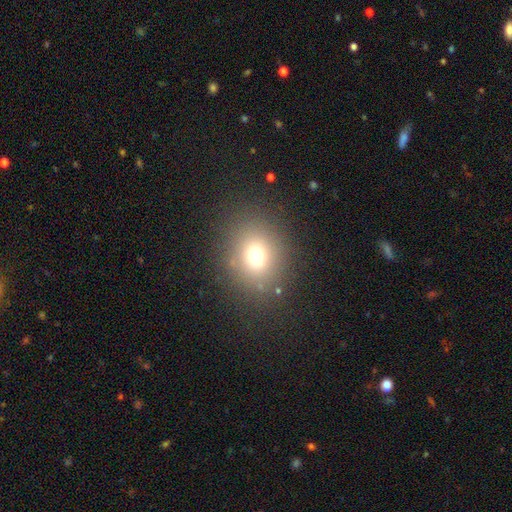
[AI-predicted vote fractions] The model was most divided on "how rounded": round: 64%, in between: 35%, cigar-shaped: 1%. More confident: merging — none (84%); smooth or featured — smooth (72%).